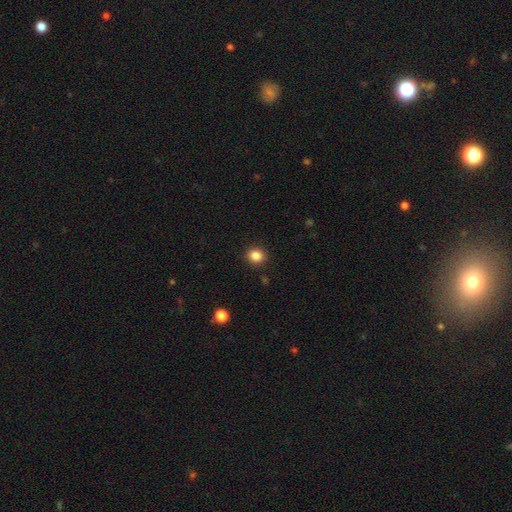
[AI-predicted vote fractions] Morphology: type=smooth (85%); roundness=round (73%); merging=none (91%).